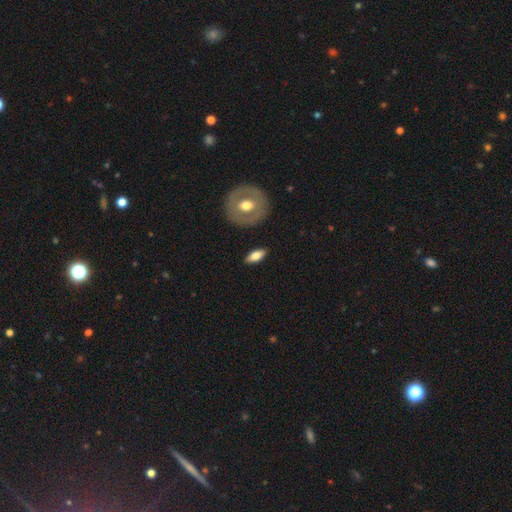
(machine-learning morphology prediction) A smooth galaxy with no disk features (67%) that is in between round and cigar-shaped (79%). Merging: none (88%).